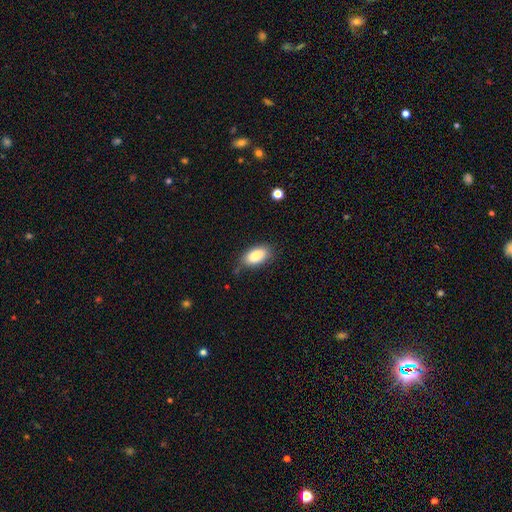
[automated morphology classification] Q: Smooth or featured?
A: smooth (84%); runner-up: featured or disk (9%)
Q: How rounded?
A: in between (91%); runner-up: cigar-shaped (4%)
Q: Merging?
A: none (74%); runner-up: minor disturbance (20%)